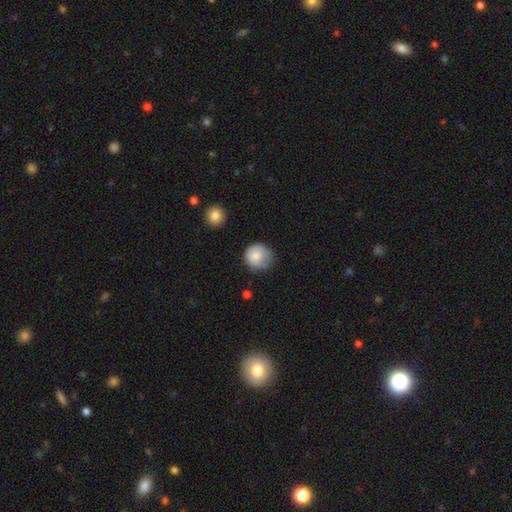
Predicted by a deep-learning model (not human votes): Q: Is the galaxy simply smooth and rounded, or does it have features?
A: smooth — 83%.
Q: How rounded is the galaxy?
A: round — 89%.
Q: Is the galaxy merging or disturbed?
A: none — 62%.